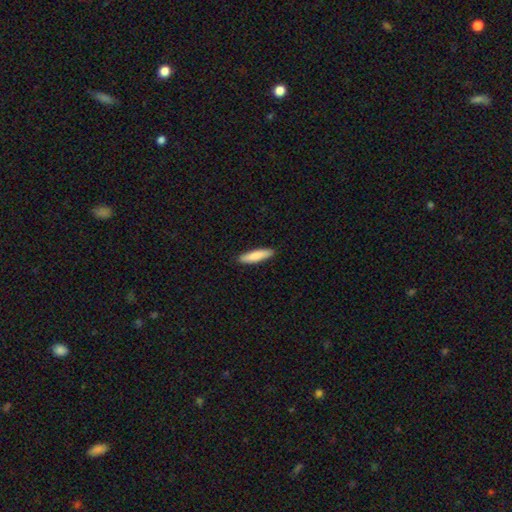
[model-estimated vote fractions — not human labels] This appears to be a smooth galaxy with no disk features (84%) that is cigar-shaped (79%). Merging: none (90%).